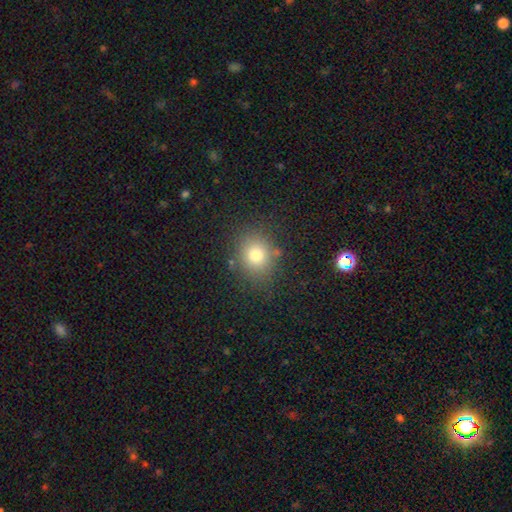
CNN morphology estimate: type=smooth (76%); roundness=round (65%); merging=none (81%).